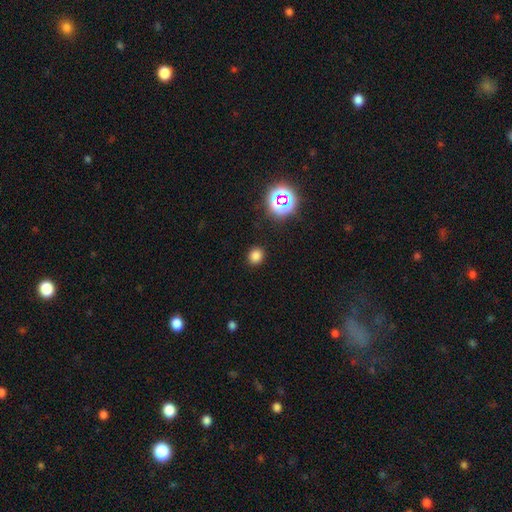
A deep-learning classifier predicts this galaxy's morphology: Smooth or featured: smooth — 77% (star or artifact — 18%)
How rounded: round — 72% (in between — 27%)
Merging: none — 89% (minor disturbance — 7%)